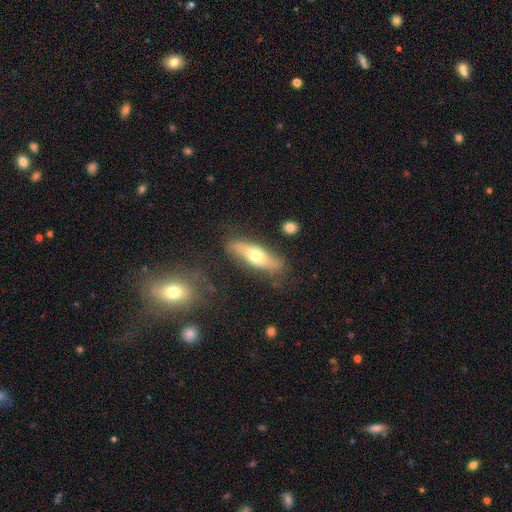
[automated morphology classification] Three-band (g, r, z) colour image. It shows a smooth galaxy with no disk features (55%) that is cigar-shaped (51%). Merging: none (75%).